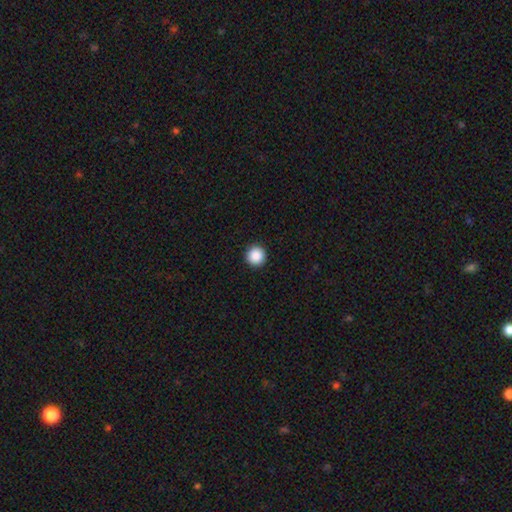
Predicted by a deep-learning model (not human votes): Q: Smooth or featured?
A: smooth (89%); runner-up: star or artifact (9%)
Q: How rounded?
A: round (96%); runner-up: in between (3%)
Q: Merging?
A: none (94%); runner-up: minor disturbance (4%)